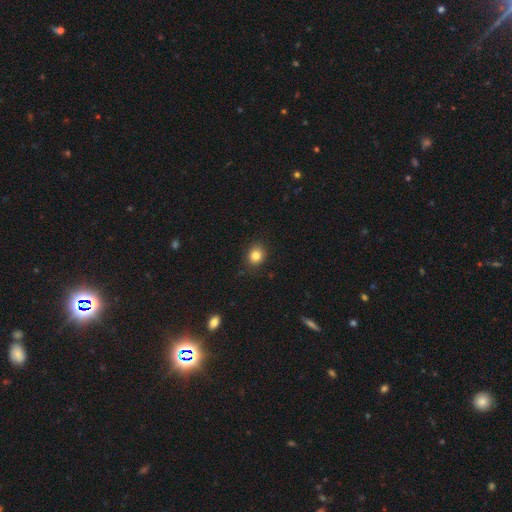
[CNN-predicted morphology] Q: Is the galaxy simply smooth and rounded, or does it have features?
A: smooth — 84%.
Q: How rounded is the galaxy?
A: round — 71%.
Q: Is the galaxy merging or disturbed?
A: none — 87%.